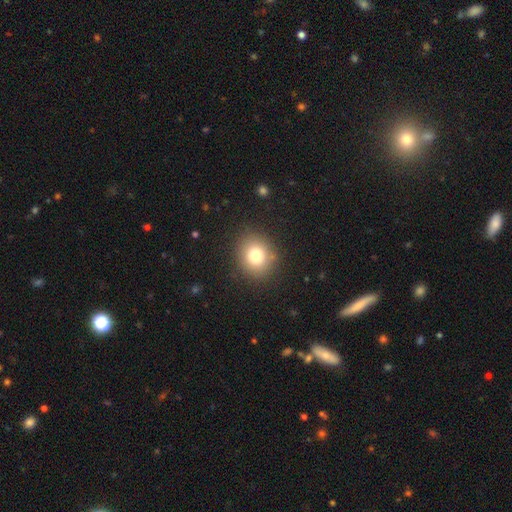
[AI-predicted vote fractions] Morphology: type=smooth (78%); roundness=round (75%); merging=none (86%).